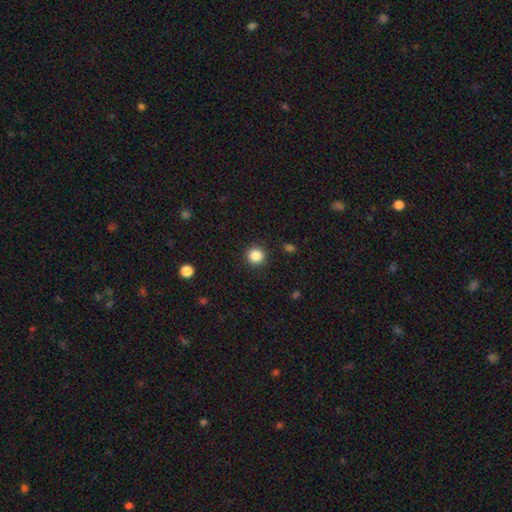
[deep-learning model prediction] Morphology: type=smooth (85%); roundness=round (94%); merging=none (91%).